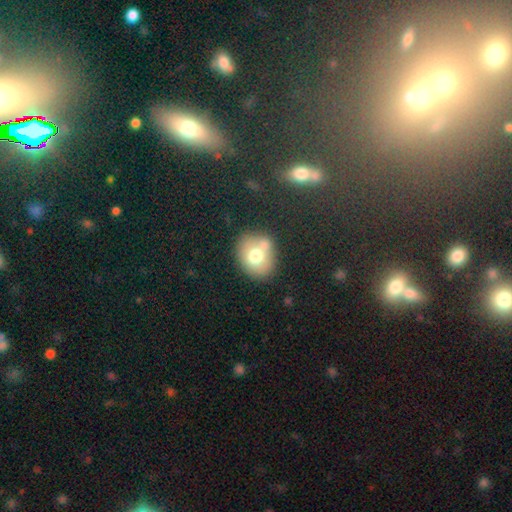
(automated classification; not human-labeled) A smooth galaxy with no disk features (68%) that is round (61%).

Vote fractions:
- Smooth or featured? smooth: 68% / featured or disk: 21% / star or artifact: 10%
- How rounded? round: 61% / in between: 38% / cigar-shaped: 1%
- Merging? none: 59% / merger: 21% / minor disturbance: 16% / major disturbance: 5%